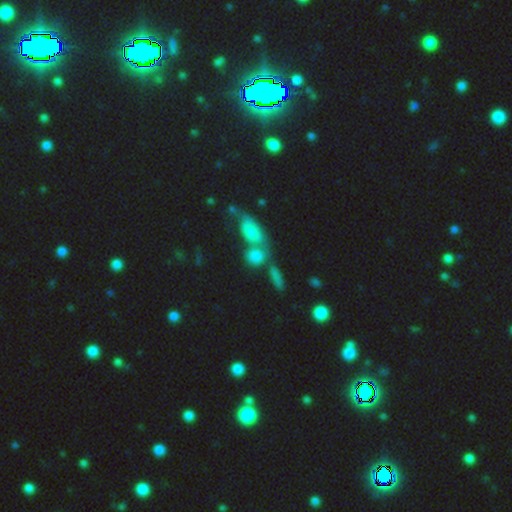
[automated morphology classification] Overall: smooth (70%). How rounded: in between (53%; round 39%). Merging: merger (47%; none 33%).